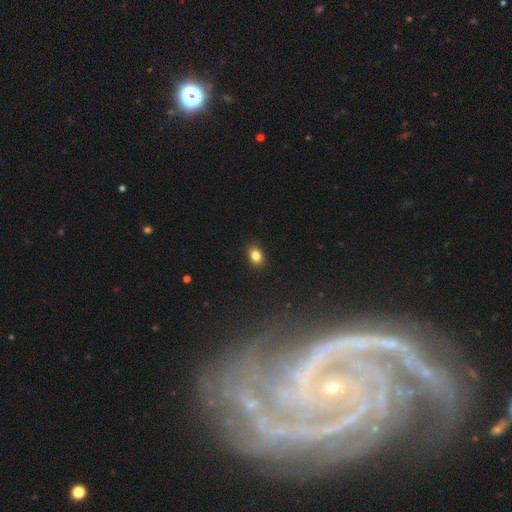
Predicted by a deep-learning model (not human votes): smooth 83%, star or artifact 10%, featured or disk 6%. Down the decision tree: how rounded — in between (62%); merging — none (89%).